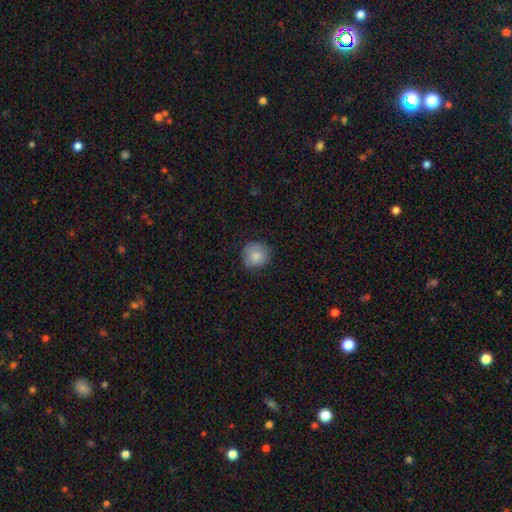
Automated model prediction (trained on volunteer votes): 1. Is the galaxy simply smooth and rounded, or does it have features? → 85% smooth, 8% star or artifact, 7% featured or disk.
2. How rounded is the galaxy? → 88% round, 11% in between, 1% cigar-shaped.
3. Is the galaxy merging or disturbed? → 78% none, 17% minor disturbance, 3% major disturbance, 1% merger.